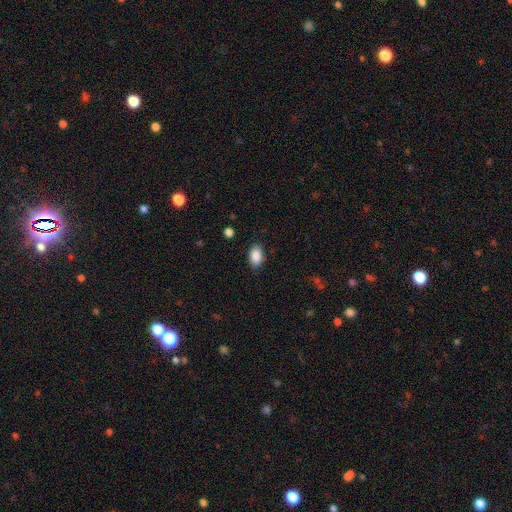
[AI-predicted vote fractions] Smooth or featured? smooth (89%)
How rounded? in between (89%)
Merging? none (86%)